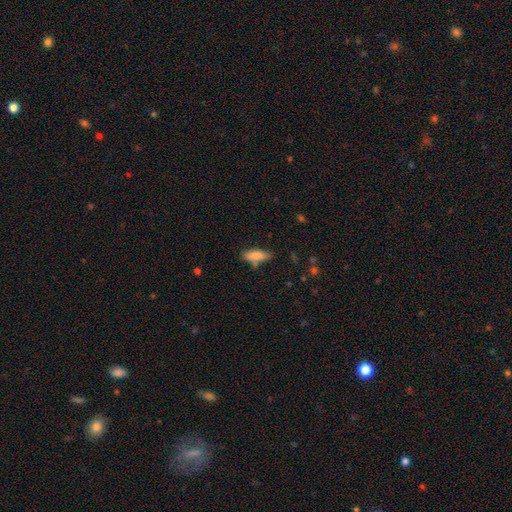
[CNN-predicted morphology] This is clearly a smooth galaxy (84%). How rounded: likely in between (66%). Merging: likely none (69%).